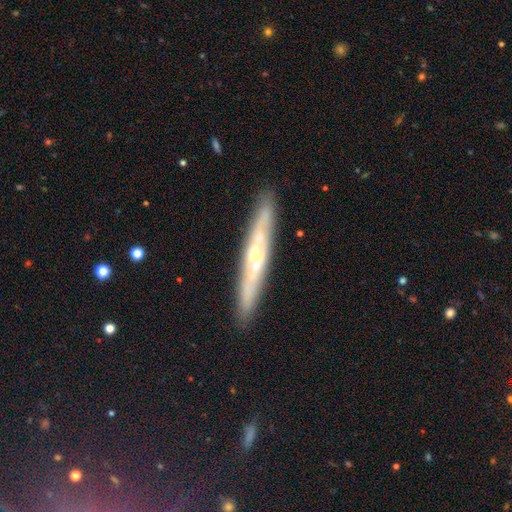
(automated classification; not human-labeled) Morphology: type=featured or disk (66%); edge-on=yes (82%); edge-on bulge=rounded (50%); merging=none (88%).